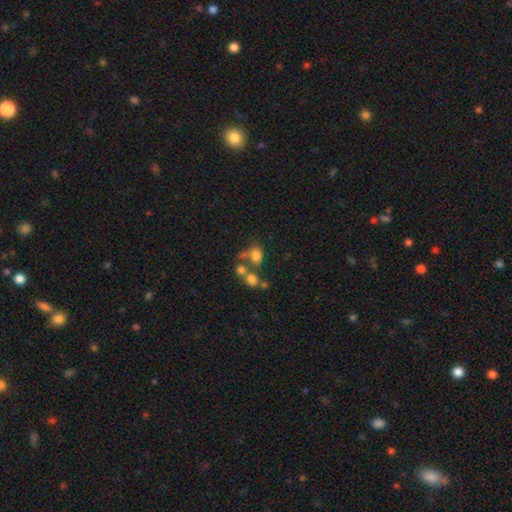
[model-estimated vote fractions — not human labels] A smooth galaxy with no disk features (71%) that is round (54%). Merging: none (40%, tied with merger).